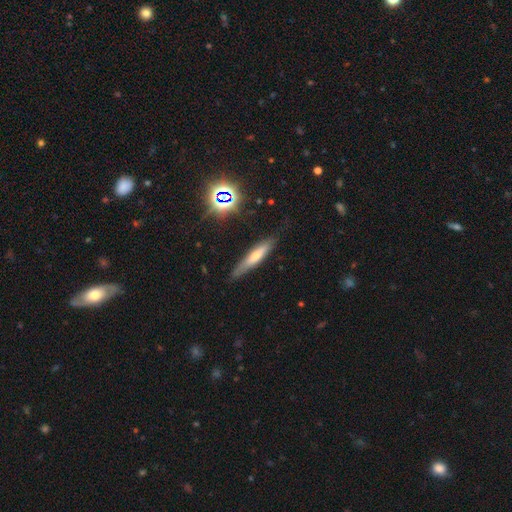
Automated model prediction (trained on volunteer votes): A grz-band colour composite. It shows a smooth galaxy with no disk features (45%). Merging: none (79%).